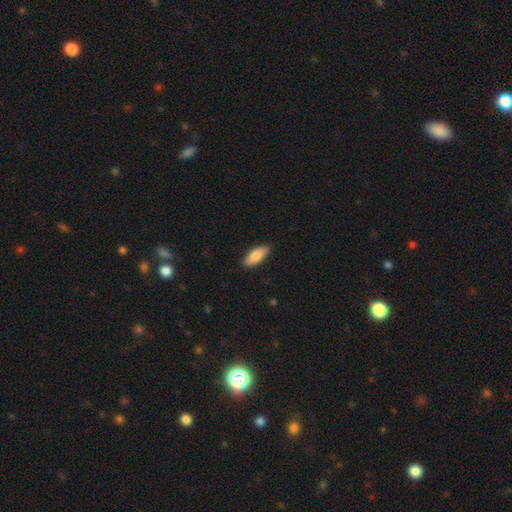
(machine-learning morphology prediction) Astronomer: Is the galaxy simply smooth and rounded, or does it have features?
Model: smooth — 82%.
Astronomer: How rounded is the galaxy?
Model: in between — 74%.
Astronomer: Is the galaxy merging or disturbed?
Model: none — 88%.